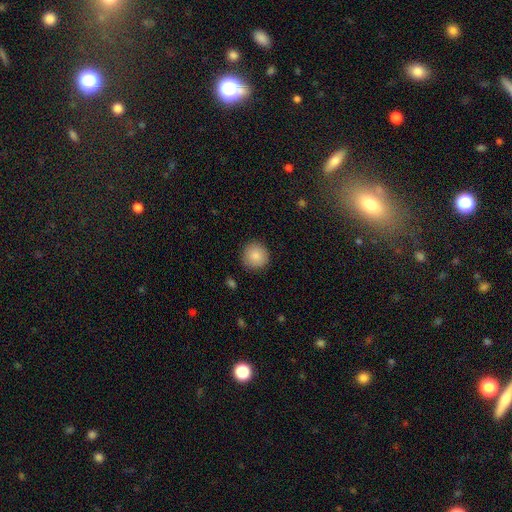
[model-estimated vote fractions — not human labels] Smooth or featured?
  - smooth: 87% *
  - star or artifact: 8%
  - featured or disk: 5%
How rounded?
  - round: 94% *
  - in between: 5%
  - cigar-shaped: 1%
Merging?
  - none: 89% *
  - minor disturbance: 7%
  - major disturbance: 2%
  - merger: 1%